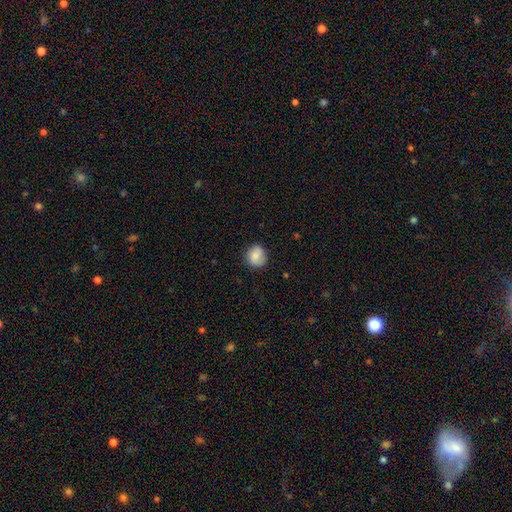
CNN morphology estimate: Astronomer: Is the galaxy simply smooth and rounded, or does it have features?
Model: smooth — 80%.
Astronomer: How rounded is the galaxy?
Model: round — 84%.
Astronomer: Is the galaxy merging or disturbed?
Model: none — 81%.